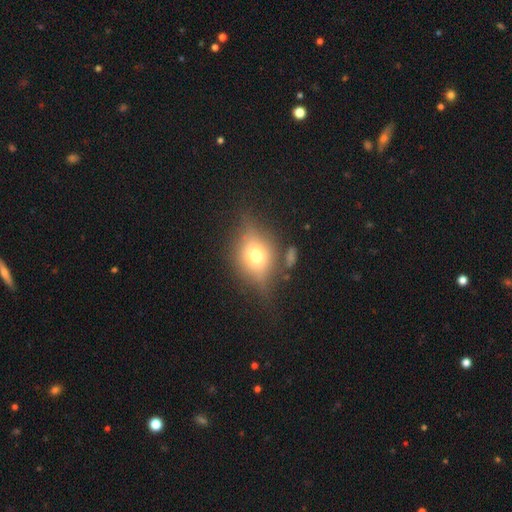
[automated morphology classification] A smooth galaxy with no disk features (50%) that is in between round and cigar-shaped (55%). Merging: none (66%).